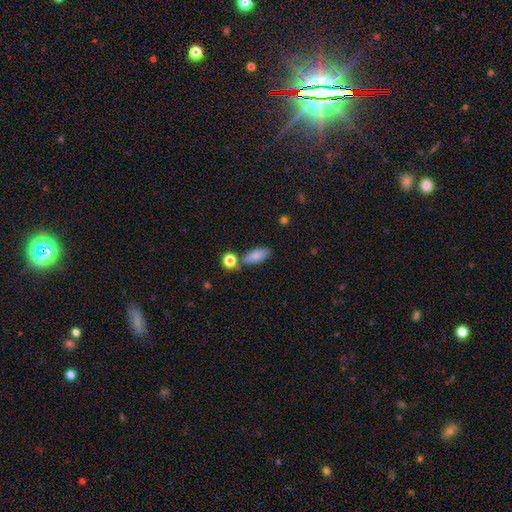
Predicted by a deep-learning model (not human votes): Overall: smooth (81%). How rounded: in between (82%). Merging: none (70%).